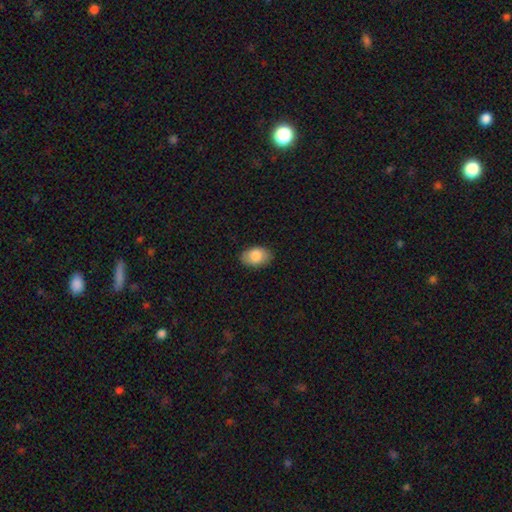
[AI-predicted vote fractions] smooth 85%, featured or disk 9%, star or artifact 6%. Down the decision tree: how rounded — in between (89%); merging — none (86%).